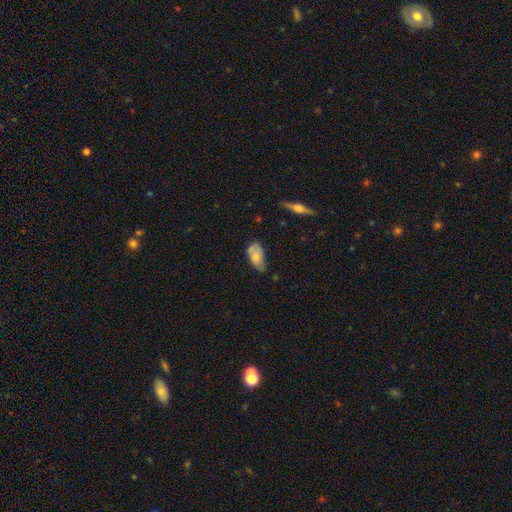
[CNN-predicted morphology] smooth 71%, featured or disk 21%, star or artifact 8%. Down the decision tree: how rounded — in between (91%); merging — none (42%).